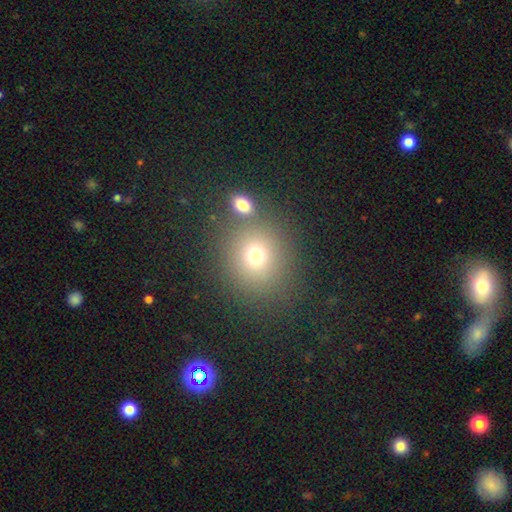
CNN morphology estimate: Smooth or featured: smooth — 72% (star or artifact — 17%)
How rounded: round — 80% (in between — 19%)
Merging: none — 68% (merger — 17%)